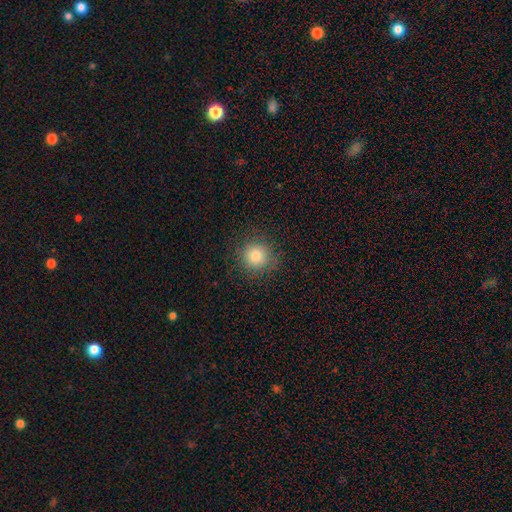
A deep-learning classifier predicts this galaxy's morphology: smooth 81%, star or artifact 12%, featured or disk 7%. Down the decision tree: how rounded — round (93%); merging — none (88%).